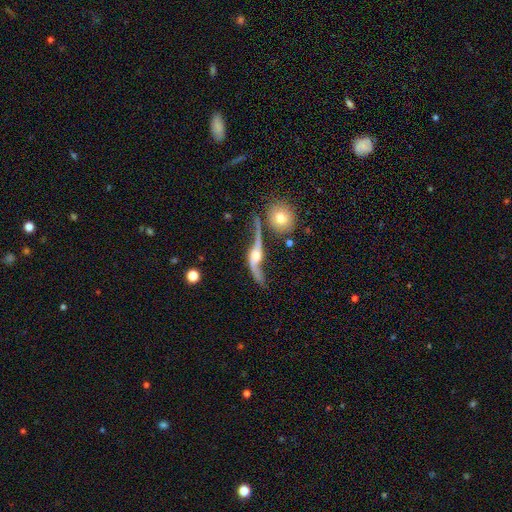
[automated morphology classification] smooth_or_featured: featured or disk (p=0.87) [alt: smooth p=0.07]
disk_edge_on: no (p=0.79) [alt: yes p=0.21]
bar: no (p=0.55) [alt: weak p=0.30]
has_spiral_arms: yes (p=0.93) [alt: no p=0.07]
spiral_winding: loose (p=0.93) [alt: medium p=0.05]
spiral_arm_count: 2 (p=0.93) [alt: 1 p=0.02]
bulge_size: moderate (p=0.61) [alt: small p=0.23]
merging: none (p=0.53) [alt: minor disturbance p=0.18]